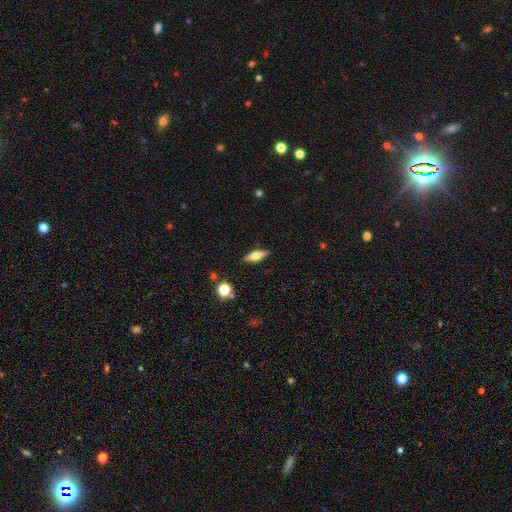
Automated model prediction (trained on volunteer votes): Smooth or featured: smooth — 52% (featured or disk — 40%)
How rounded: cigar-shaped — 50% (in between — 47%)
Merging: none — 88% (minor disturbance — 9%)